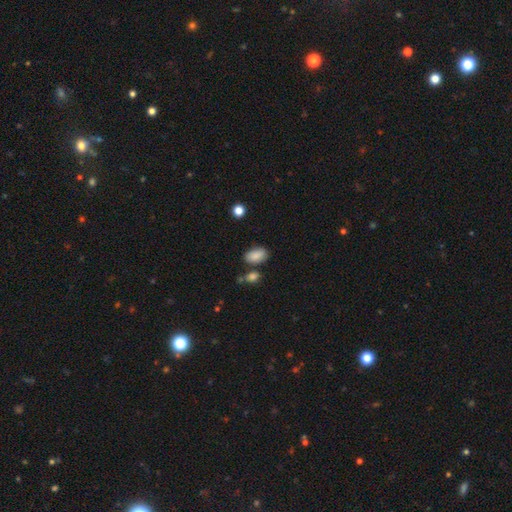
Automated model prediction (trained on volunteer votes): smooth-or-featured: smooth: 87% | star or artifact: 8% | featured or disk: 5%
  how-rounded: in between: 93% | round: 6% | cigar-shaped: 2%
  merging: none: 73% | minor disturbance: 15% | merger: 8% | major disturbance: 4%